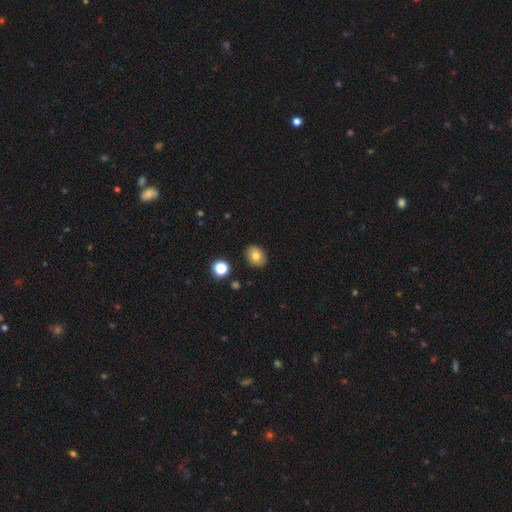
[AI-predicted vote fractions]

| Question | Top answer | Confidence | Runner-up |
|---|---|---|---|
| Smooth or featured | smooth | 79% | featured or disk (11%) |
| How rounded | in between | 55% | round (44%) |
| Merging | none | 88% | minor disturbance (8%) |